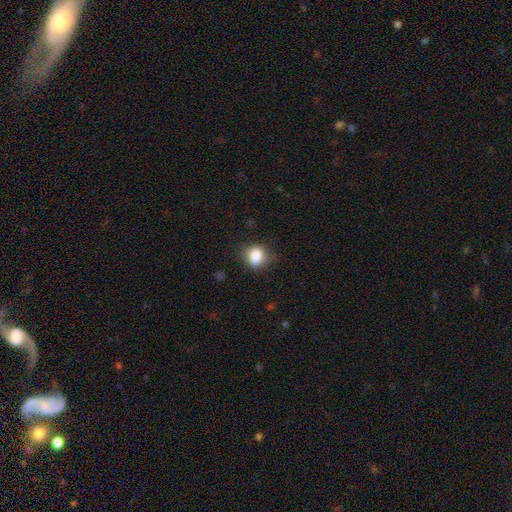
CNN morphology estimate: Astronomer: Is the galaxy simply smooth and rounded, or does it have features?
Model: smooth — 83%.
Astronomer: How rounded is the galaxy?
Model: round — 59% (runner-up: in between, 40%).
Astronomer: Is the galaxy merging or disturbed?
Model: none — 75%.